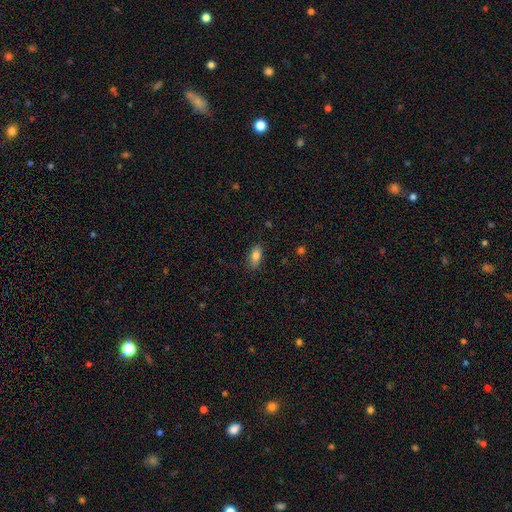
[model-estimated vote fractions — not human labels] Q: Smooth or featured?
A: smooth (81%); runner-up: featured or disk (11%)
Q: How rounded?
A: in between (88%); runner-up: cigar-shaped (8%)
Q: Merging?
A: none (86%); runner-up: minor disturbance (11%)